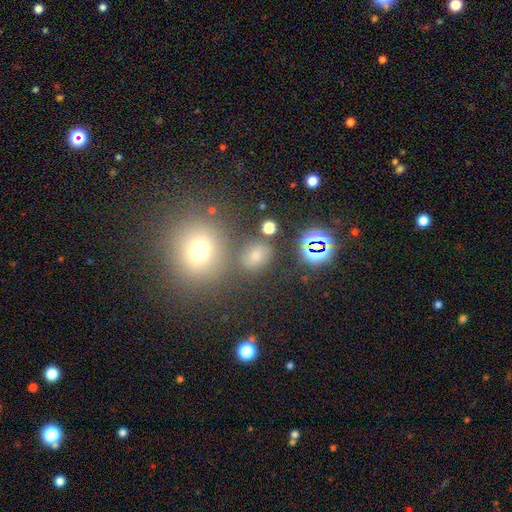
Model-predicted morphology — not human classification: A smooth galaxy with no disk features (63%) that is in between round and cigar-shaped (55%). Merging: none (71%).